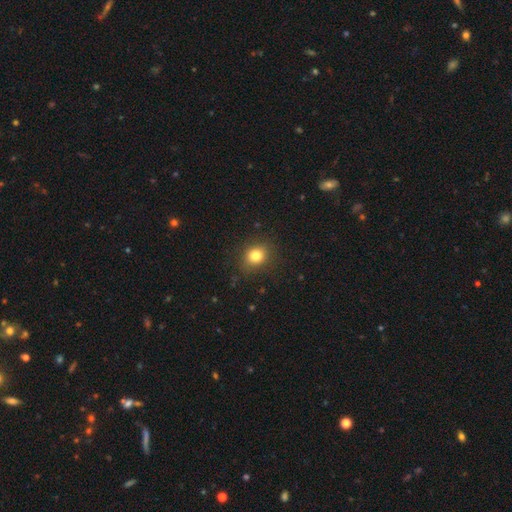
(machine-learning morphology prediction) A smooth galaxy with no disk features (81%) that is round (71%). Merging: none (86%).